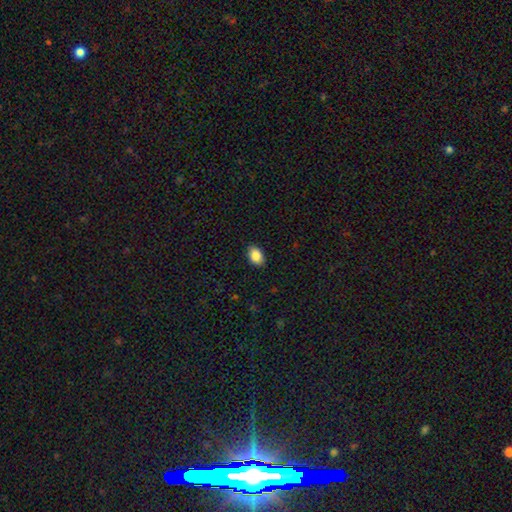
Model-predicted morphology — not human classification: Smooth or featured? smooth (87%)
How rounded? in between (84%)
Merging? none (88%)